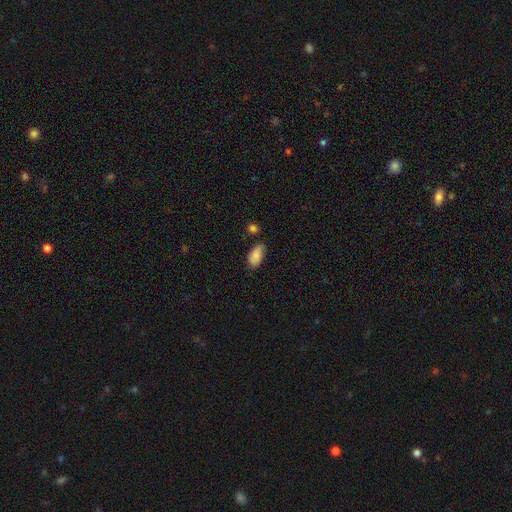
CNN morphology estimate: type=smooth (85%); roundness=in between (93%); merging=none (63%).